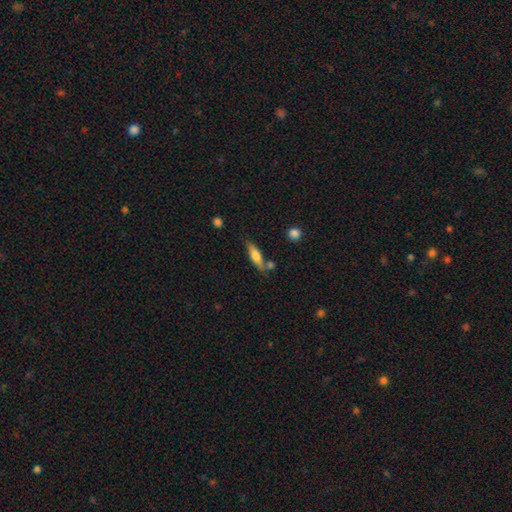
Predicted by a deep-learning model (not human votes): Q: Smooth or featured?
A: smooth (61%); runner-up: featured or disk (32%)
Q: How rounded?
A: cigar-shaped (59%); runner-up: in between (38%)
Q: Merging?
A: none (68%); runner-up: minor disturbance (16%)